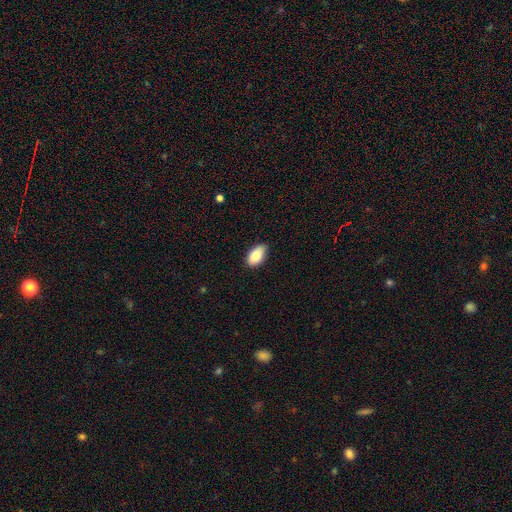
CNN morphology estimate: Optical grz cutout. It shows a smooth galaxy with no disk features (87%) that is in between round and cigar-shaped (93%). Merging: none (81%).